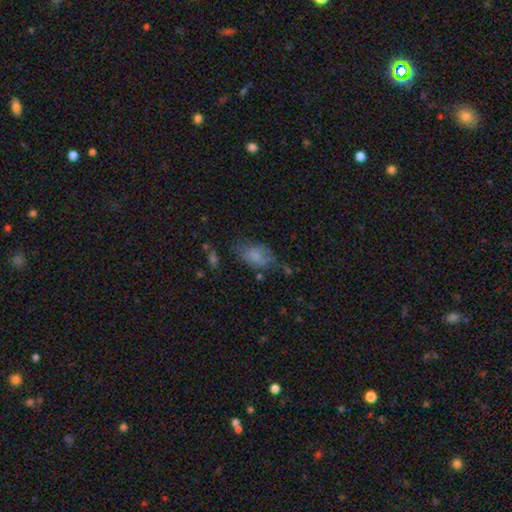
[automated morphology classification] type=smooth (73%); roundness=in between (90%); merging=none (46%).